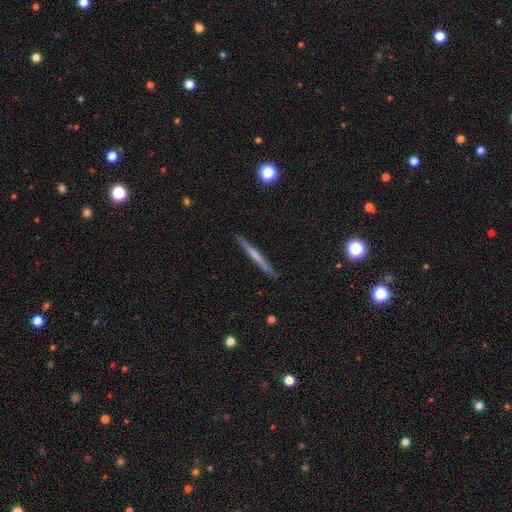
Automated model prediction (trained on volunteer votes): smooth-or-featured: featured or disk: 50% | smooth: 43% | star or artifact: 6%
  disk-edge-on: yes: 97% | no: 3%
  merging: none: 90% | minor disturbance: 7% | major disturbance: 1% | merger: 1%